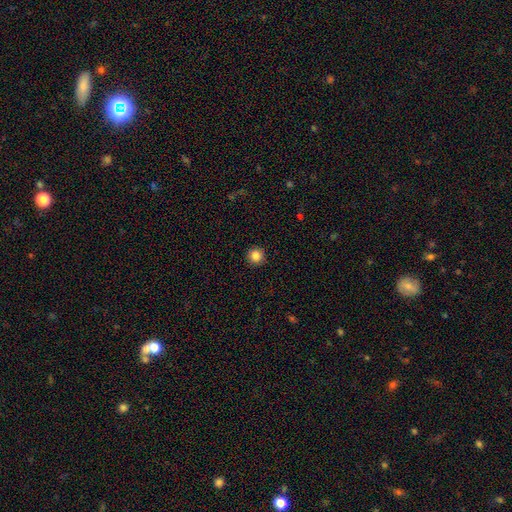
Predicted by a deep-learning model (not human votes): Morphology: type=smooth (85%); roundness=round (96%); merging=none (93%).